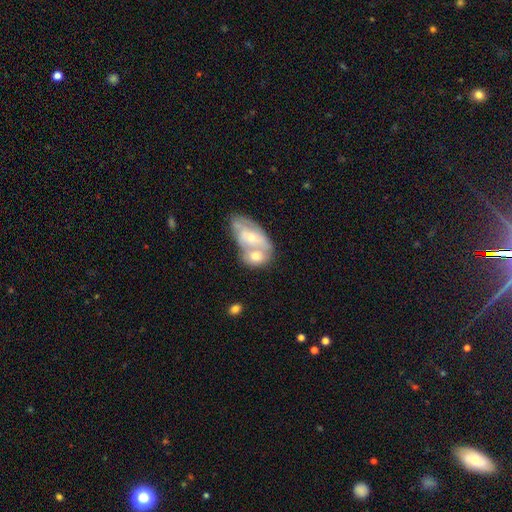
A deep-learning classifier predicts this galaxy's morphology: type=featured or disk (49%); merging=merger (67%).